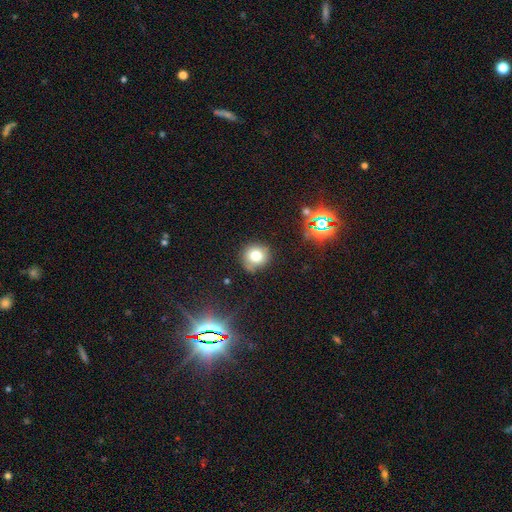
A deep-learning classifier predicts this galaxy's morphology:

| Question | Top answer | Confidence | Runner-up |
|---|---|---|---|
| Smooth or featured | smooth | 74% | star or artifact (16%) |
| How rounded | round | 89% | in between (10%) |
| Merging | none | 79% | minor disturbance (15%) |